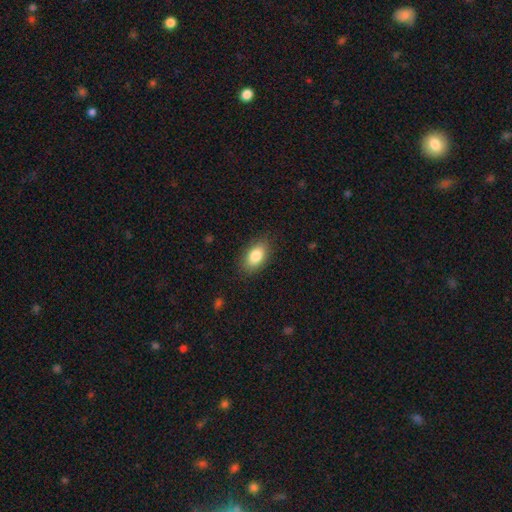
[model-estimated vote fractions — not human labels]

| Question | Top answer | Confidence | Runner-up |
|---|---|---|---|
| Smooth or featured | smooth | 84% | featured or disk (9%) |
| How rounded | in between | 91% | round (6%) |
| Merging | none | 86% | minor disturbance (11%) |